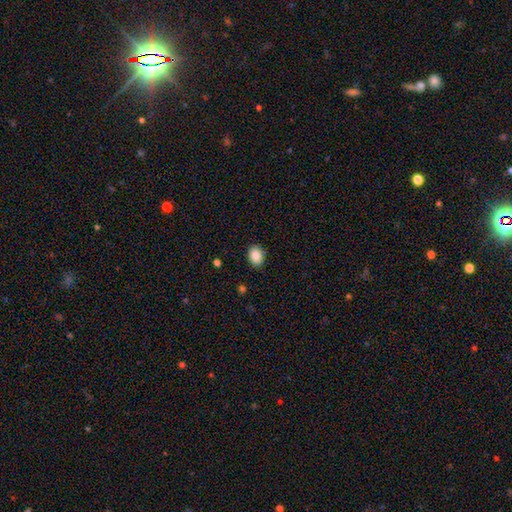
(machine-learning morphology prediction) The model was most divided on "how rounded": in between: 69%, round: 30%, cigar-shaped: 1%. More confident: merging — none (88%); smooth or featured — smooth (87%).